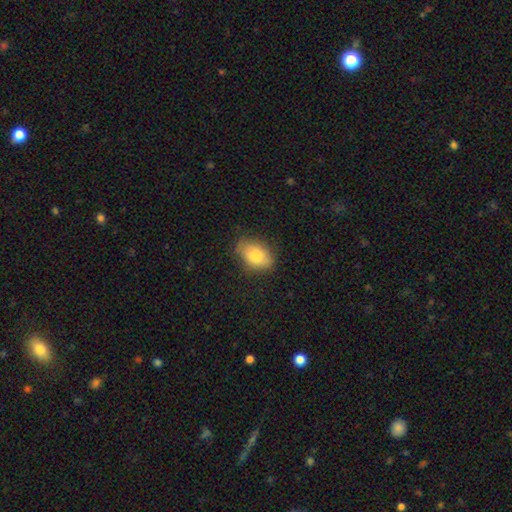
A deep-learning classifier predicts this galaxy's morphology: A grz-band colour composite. It shows a smooth galaxy with no disk features (81%) that is in between round and cigar-shaped (87%). Merging: none (77%).